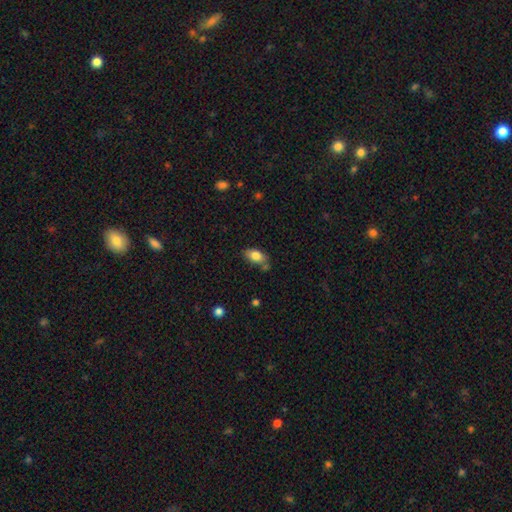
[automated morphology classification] The model was most divided on "merging": none: 63%, minor disturbance: 22%, merger: 11%, major disturbance: 5%. More confident: how rounded — in between (89%); smooth or featured — smooth (82%).